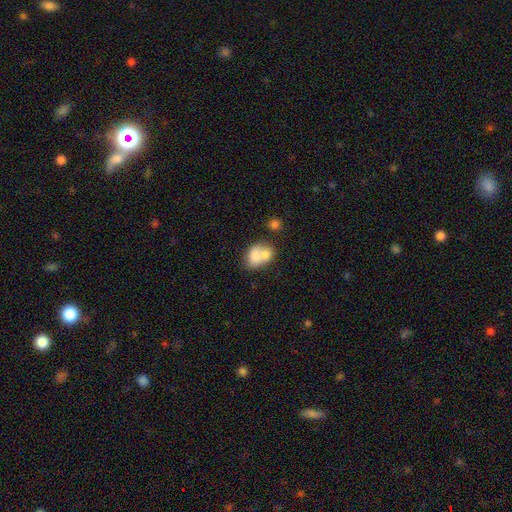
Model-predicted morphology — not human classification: Smooth or featured: smooth — 73% (featured or disk — 19%)
How rounded: in between — 61% (round — 38%)
Merging: merger — 63% (none — 24%)